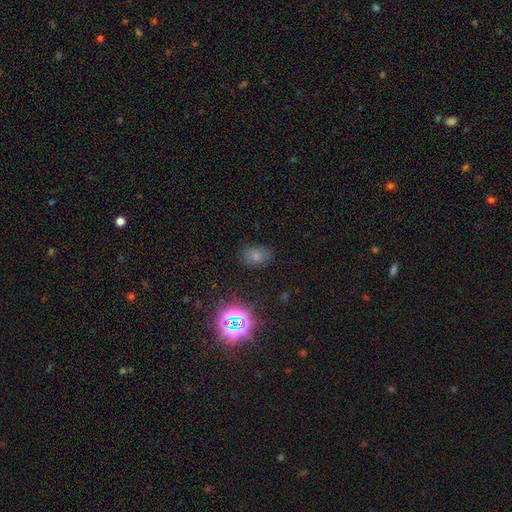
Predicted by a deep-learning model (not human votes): This is likely a smooth galaxy (69%). How rounded: likely in between (80%). Merging: likely none (80%).